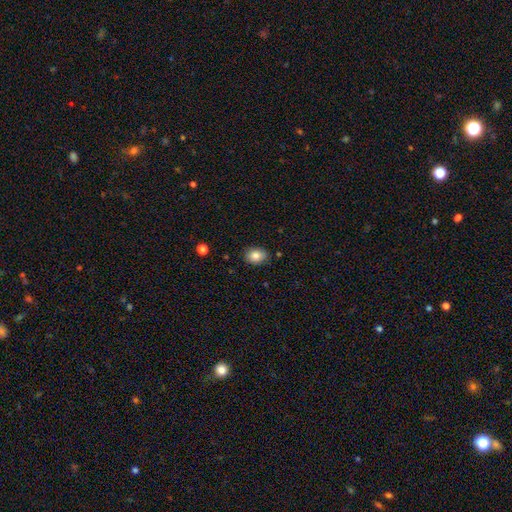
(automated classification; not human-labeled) Smooth or featured: smooth — 83% (featured or disk — 9%)
How rounded: in between — 65% (round — 34%)
Merging: none — 85% (minor disturbance — 11%)